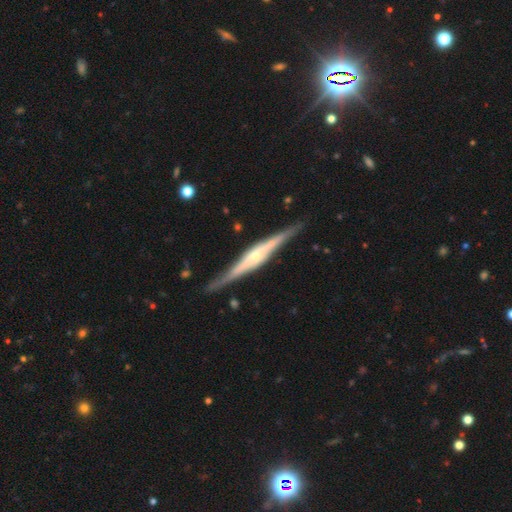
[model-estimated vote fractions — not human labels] A featured or disk galaxy (84%) viewed edge-on (97%) with a rounded central bulge (56%).

Vote fractions:
- Smooth or featured? featured or disk: 84% / smooth: 11% / star or artifact: 5%
- Edge-on disk? yes: 97% / no: 3%
- Edge-on bulge? rounded: 56% / boxy: 35% / none: 9%
- Merging? none: 86% / minor disturbance: 10% / major disturbance: 2% / merger: 1%